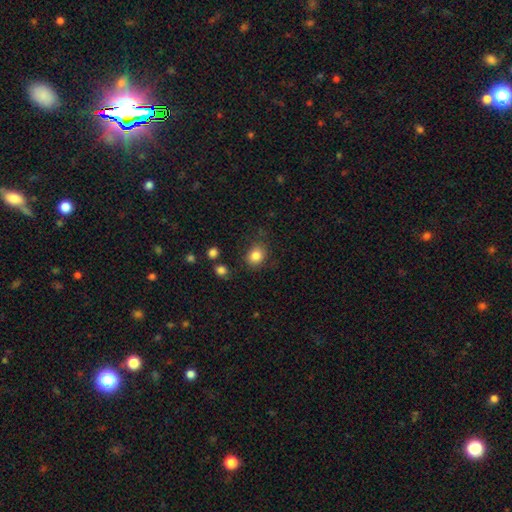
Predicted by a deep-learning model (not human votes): The model was most divided on "how rounded": round: 66%, in between: 33%, cigar-shaped: 1%. More confident: smooth or featured — smooth (84%); merging — none (78%).